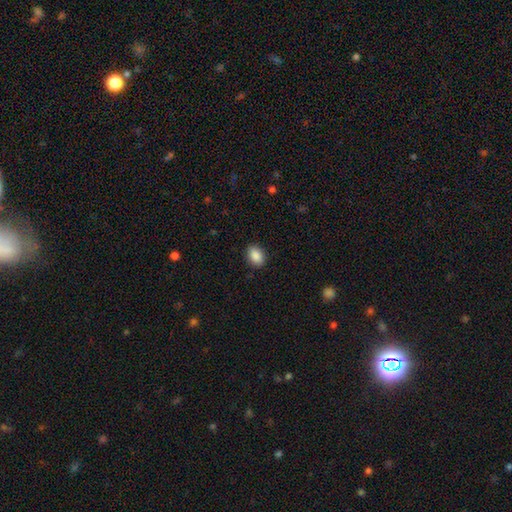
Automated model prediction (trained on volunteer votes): smooth_or_featured: smooth (p=0.89) [alt: star or artifact p=0.08]
how_rounded: in between (p=0.80) [alt: round p=0.19]
merging: none (p=0.89) [alt: minor disturbance p=0.08]